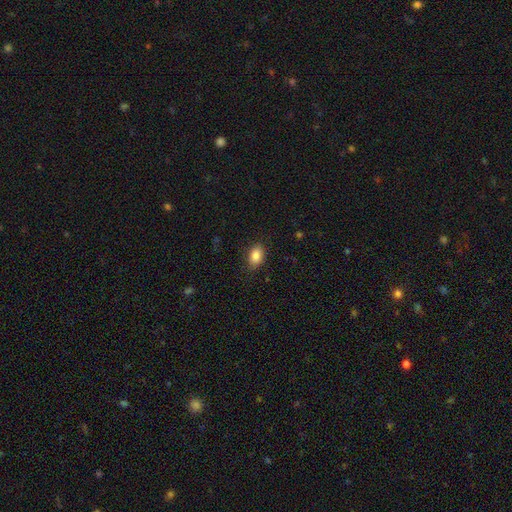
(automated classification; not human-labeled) Overall: smooth (86%). How rounded: in between (87%). Merging: none (86%).